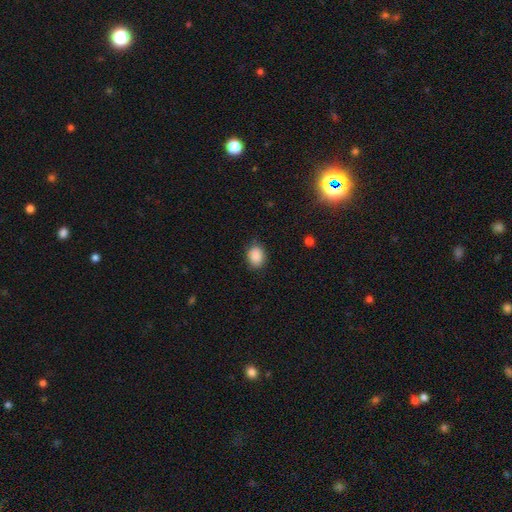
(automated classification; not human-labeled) smooth 88%, star or artifact 8%, featured or disk 3%. Down the decision tree: how rounded — in between (58%); merging — none (83%).